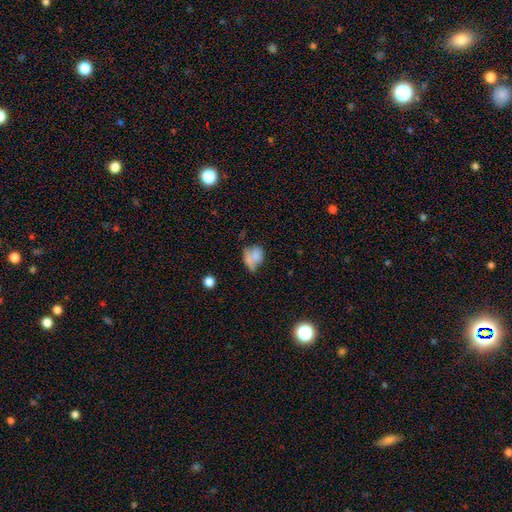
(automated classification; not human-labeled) Smooth or featured?
  - smooth: 67% *
  - featured or disk: 21%
  - star or artifact: 12%
How rounded?
  - in between: 55% *
  - round: 43%
  - cigar-shaped: 2%
Merging?
  - none: 32% *
  - minor disturbance: 31%
  - major disturbance: 23%
  - merger: 14%